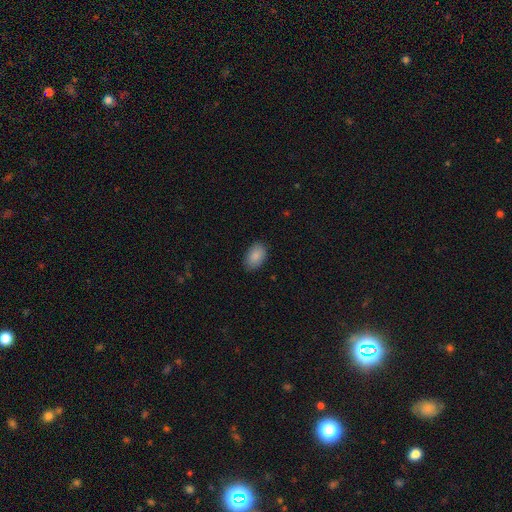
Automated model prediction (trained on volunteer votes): smooth-or-featured: smooth: 89% | star or artifact: 7% | featured or disk: 4%
  how-rounded: in between: 90% | round: 9% | cigar-shaped: 1%
  merging: none: 85% | minor disturbance: 12% | major disturbance: 2% | merger: 1%